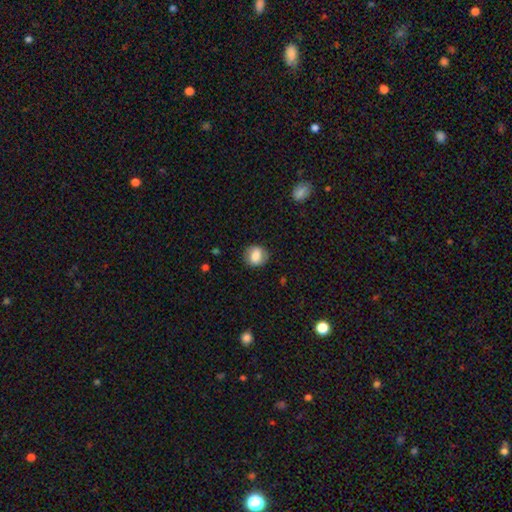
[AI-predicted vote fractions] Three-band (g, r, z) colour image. It shows a smooth galaxy with no disk features (74%) that is round (71%). Merging: none (82%).